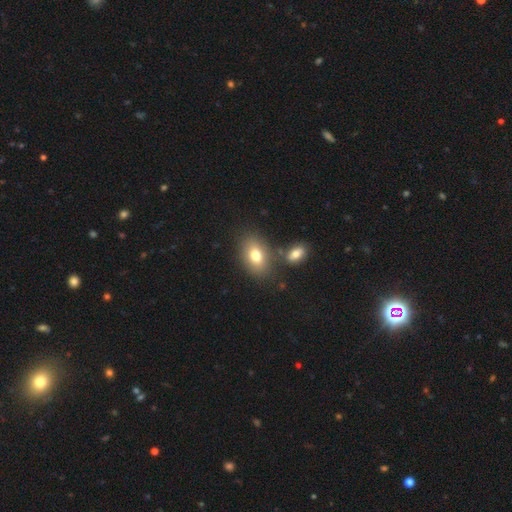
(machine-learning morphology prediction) A smooth galaxy with no disk features (75%) that is in between round and cigar-shaped (83%).

Vote fractions:
- Smooth or featured? smooth: 75% / featured or disk: 15% / star or artifact: 10%
- How rounded? in between: 83% / round: 15% / cigar-shaped: 2%
- Merging? none: 72% / merger: 13% / minor disturbance: 11% / major disturbance: 4%